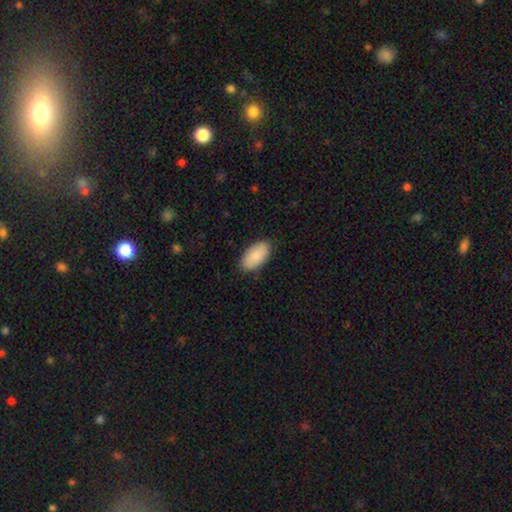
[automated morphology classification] smooth 88%, featured or disk 6%, star or artifact 6%. Down the decision tree: how rounded — in between (96%); merging — none (85%).